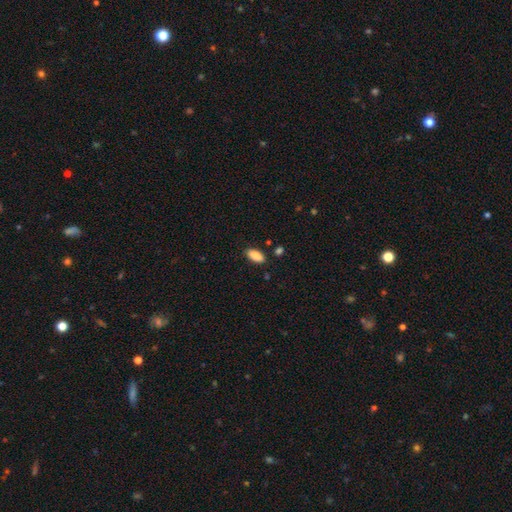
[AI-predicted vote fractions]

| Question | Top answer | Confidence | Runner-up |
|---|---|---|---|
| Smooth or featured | smooth | 87% | star or artifact (7%) |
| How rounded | in between | 91% | cigar-shaped (6%) |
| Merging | none | 84% | minor disturbance (11%) |